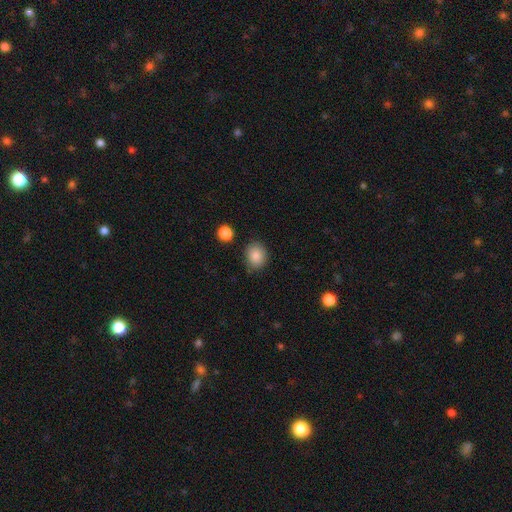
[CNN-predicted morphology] Smooth or featured? smooth (86%)
How rounded? round (57%)
Merging? none (81%)